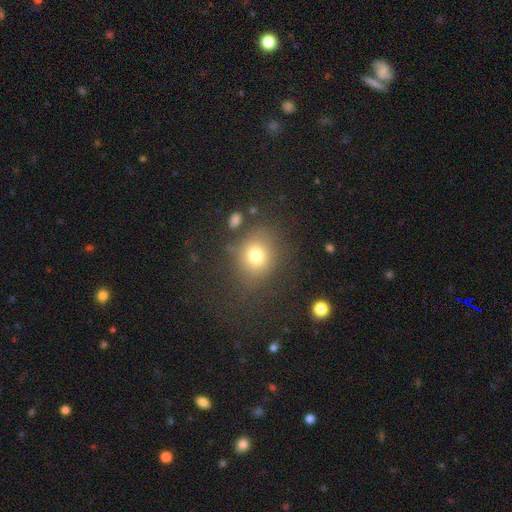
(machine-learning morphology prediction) This is likely a smooth galaxy (74%). How rounded: likely round (67%). Merging: likely none (74%).